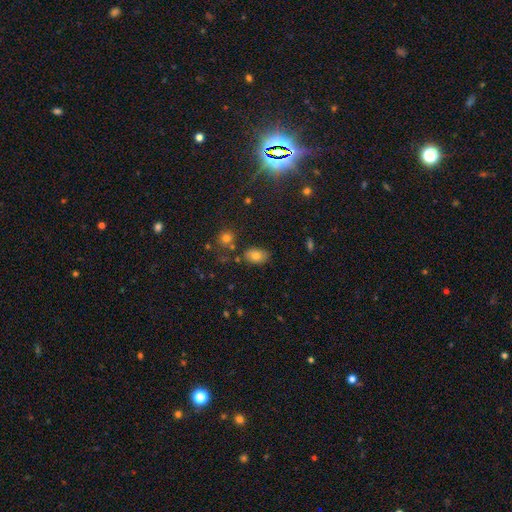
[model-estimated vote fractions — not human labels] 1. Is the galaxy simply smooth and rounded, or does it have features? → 78% smooth, 12% star or artifact, 10% featured or disk.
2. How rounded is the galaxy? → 85% in between, 14% round, 1% cigar-shaped.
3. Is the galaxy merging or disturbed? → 79% none, 14% minor disturbance, 5% merger, 3% major disturbance.